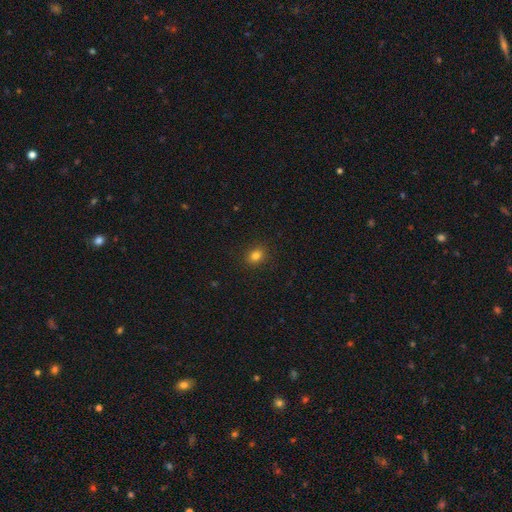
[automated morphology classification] smooth_or_featured: smooth (p=0.81) [alt: star or artifact p=0.13]
how_rounded: round (p=0.51) [alt: in between p=0.48]
merging: none (p=0.90) [alt: minor disturbance p=0.07]